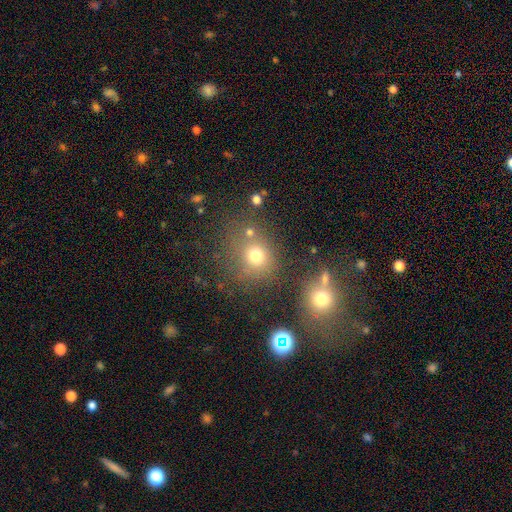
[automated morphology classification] This appears to be a smooth galaxy with no disk features (71%) that is round (79%). Merging: none (65%).